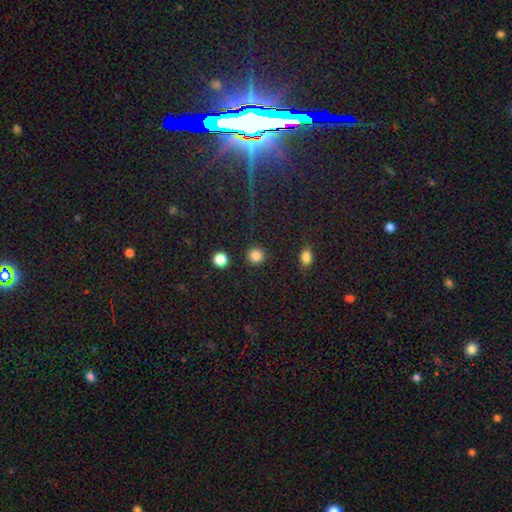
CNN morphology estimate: Smooth or featured?
  - smooth: 84% *
  - star or artifact: 12%
  - featured or disk: 4%
How rounded?
  - round: 91% *
  - in between: 8%
  - cigar-shaped: 1%
Merging?
  - none: 90% *
  - minor disturbance: 5%
  - merger: 2%
  - major disturbance: 2%